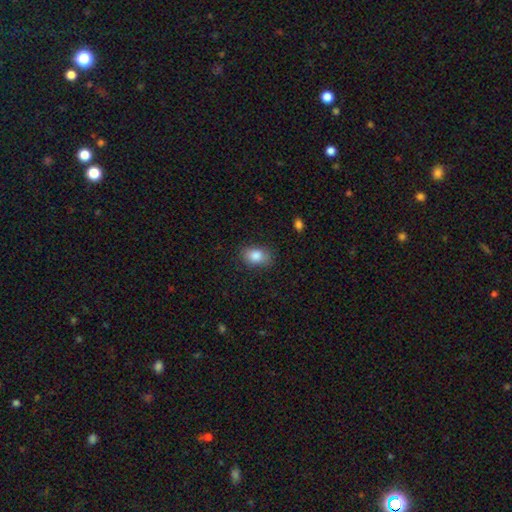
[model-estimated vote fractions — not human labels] Q: Smooth or featured?
A: smooth (86%); runner-up: star or artifact (8%)
Q: How rounded?
A: in between (78%); runner-up: round (21%)
Q: Merging?
A: none (81%); runner-up: minor disturbance (14%)